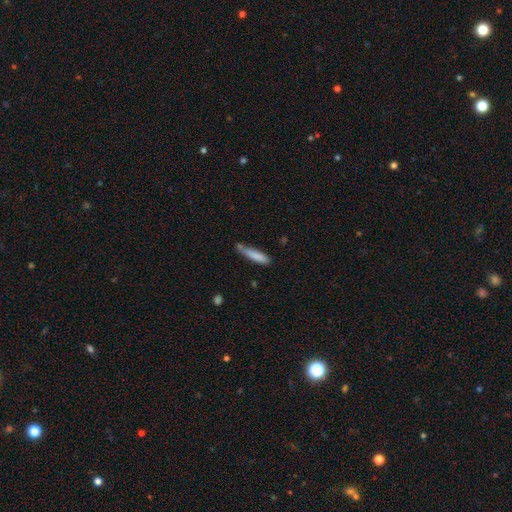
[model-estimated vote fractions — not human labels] smooth 81%, featured or disk 12%, star or artifact 6%. Down the decision tree: how rounded — cigar-shaped (81%); merging — none (55%).